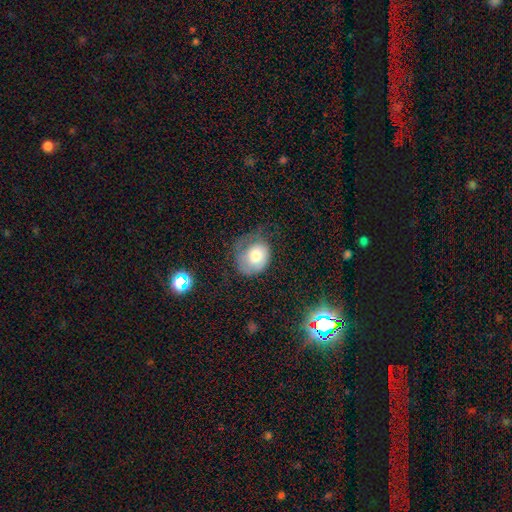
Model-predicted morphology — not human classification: Smooth or featured? smooth (67%)
How rounded? round (55%)
Merging? none (33%, tied with major disturbance)